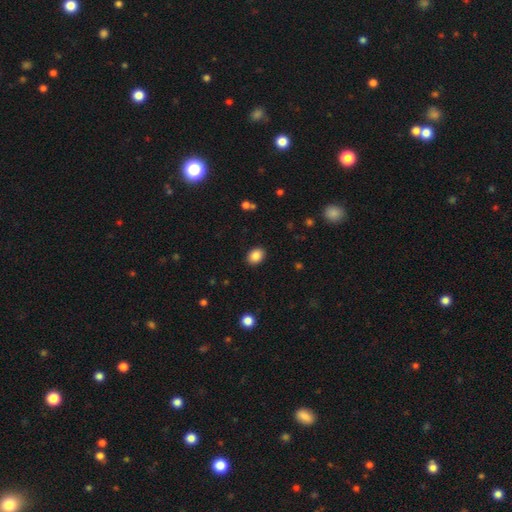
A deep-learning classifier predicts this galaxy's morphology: Q: Smooth or featured?
A: smooth (87%); runner-up: star or artifact (9%)
Q: How rounded?
A: in between (58%); runner-up: round (41%)
Q: Merging?
A: none (89%); runner-up: minor disturbance (7%)